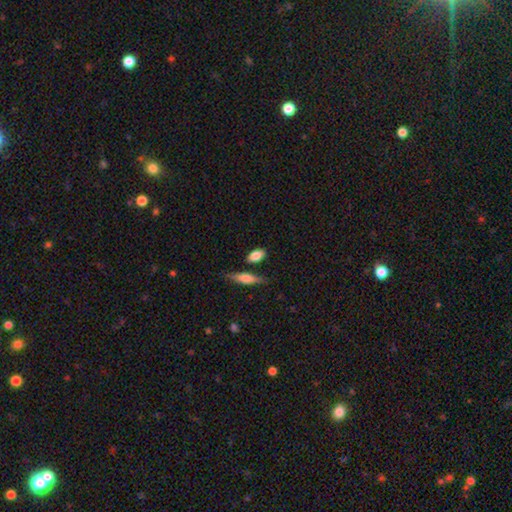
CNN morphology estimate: The model was most divided on "merging": none: 74%, minor disturbance: 15%, merger: 8%, major disturbance: 4%. More confident: how rounded — in between (84%); smooth or featured — smooth (82%).